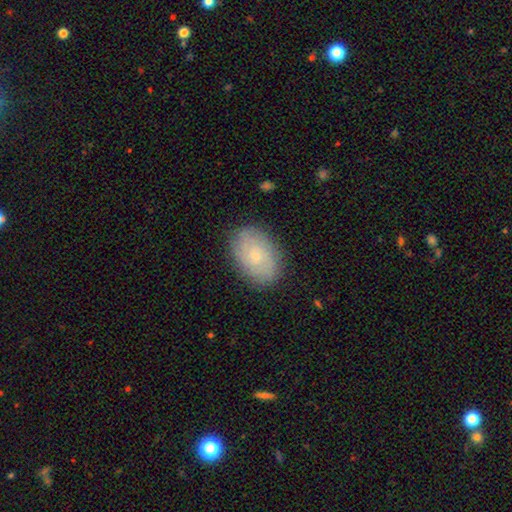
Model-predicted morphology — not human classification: smooth 47%, featured or disk 46%, star or artifact 8%. Down the decision tree: merging — none (83%).